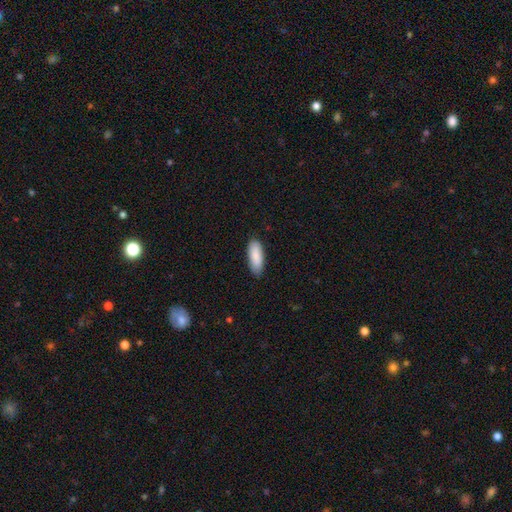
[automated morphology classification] type=smooth (89%); roundness=in between (74%); merging=none (84%).